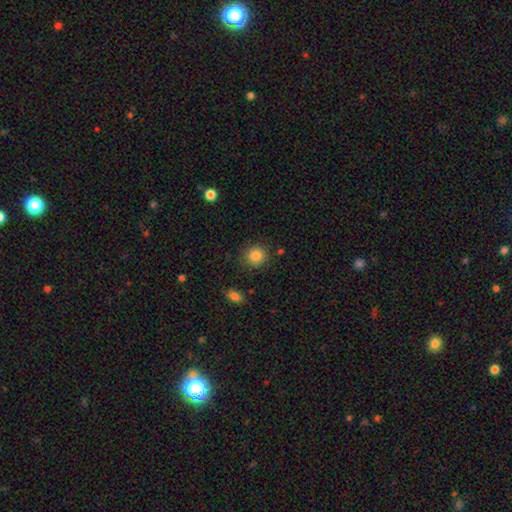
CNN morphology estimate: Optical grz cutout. It shows a smooth galaxy with no disk features (86%) that is round (89%). Merging: none (86%).